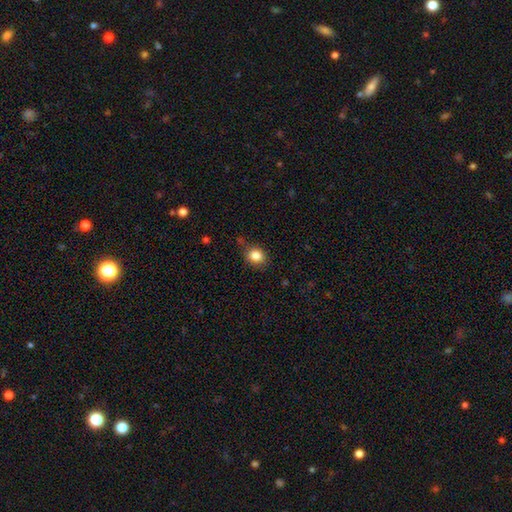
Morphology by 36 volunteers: Smooth or featured? 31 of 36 (86%) said smooth. How rounded? 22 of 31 (71%) said round. Merging? 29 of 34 (85%) said none.